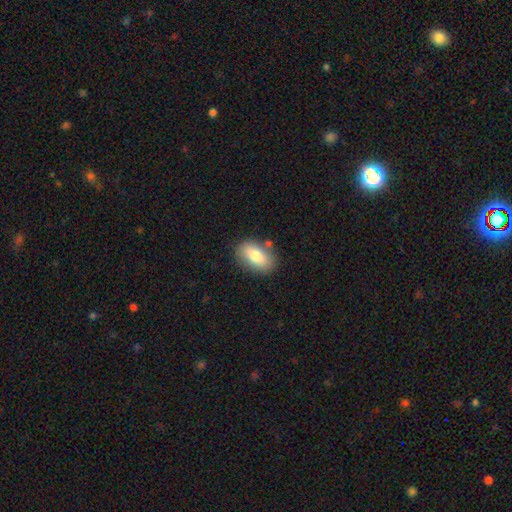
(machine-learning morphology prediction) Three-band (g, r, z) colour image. It shows a smooth galaxy with no disk features (76%) that is in between round and cigar-shaped (90%). Merging: none (80%).